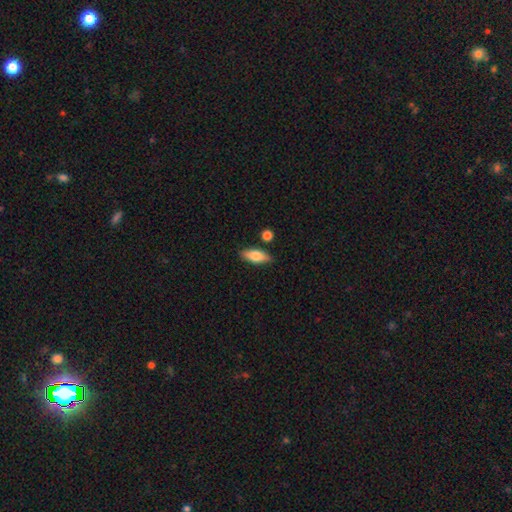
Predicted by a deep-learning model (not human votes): Smooth or featured?
  - smooth: 74% *
  - featured or disk: 19%
  - star or artifact: 7%
How rounded?
  - in between: 72% *
  - cigar-shaped: 25%
  - round: 3%
Merging?
  - none: 82% *
  - minor disturbance: 11%
  - merger: 4%
  - major disturbance: 2%